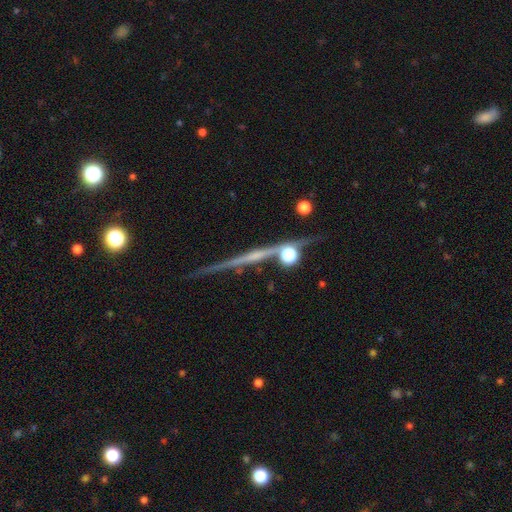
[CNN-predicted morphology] Overall: featured or disk (75%). Edge-on disk: yes (97%). Edge-on bulge: none (52%; rounded 38%). Merging: none (81%).